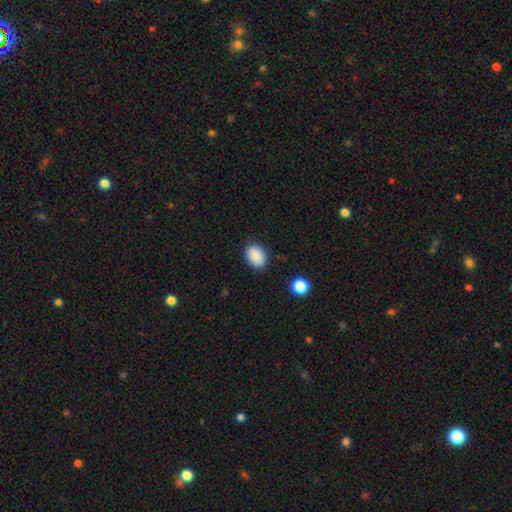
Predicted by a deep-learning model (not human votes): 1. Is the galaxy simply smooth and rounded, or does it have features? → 89% smooth, 8% star or artifact, 3% featured or disk.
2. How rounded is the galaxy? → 77% in between, 22% round, 1% cigar-shaped.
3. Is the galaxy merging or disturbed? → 87% none, 9% minor disturbance, 2% major disturbance, 1% merger.